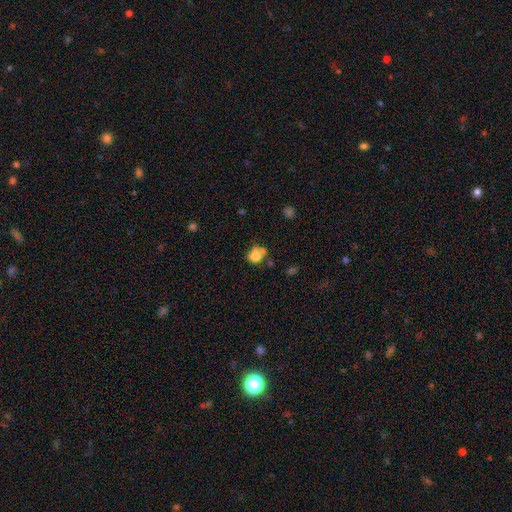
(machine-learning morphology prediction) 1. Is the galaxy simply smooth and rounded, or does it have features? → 71% smooth, 16% featured or disk, 13% star or artifact.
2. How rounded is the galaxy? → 53% round, 46% in between, 1% cigar-shaped.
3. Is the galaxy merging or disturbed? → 35% merger, 33% none, 18% minor disturbance, 13% major disturbance.